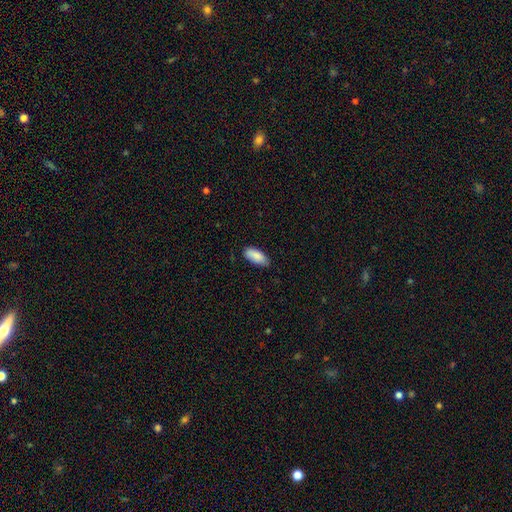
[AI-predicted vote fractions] A smooth galaxy with no disk features (88%) that is in between round and cigar-shaped (86%). Merging: none (77%).